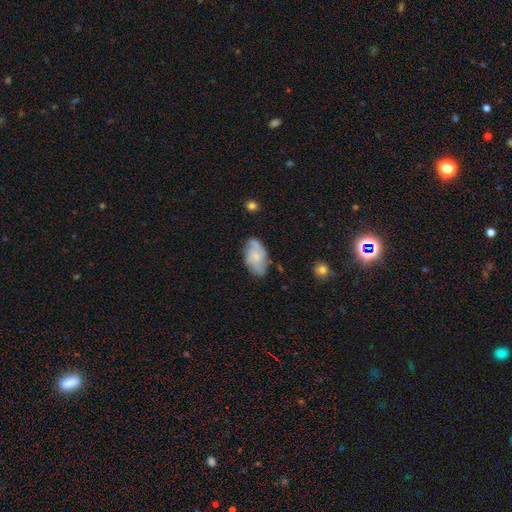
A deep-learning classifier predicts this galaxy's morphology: A smooth galaxy with no disk features (52%) that is in between round and cigar-shaped (92%). Merging: none (64%).